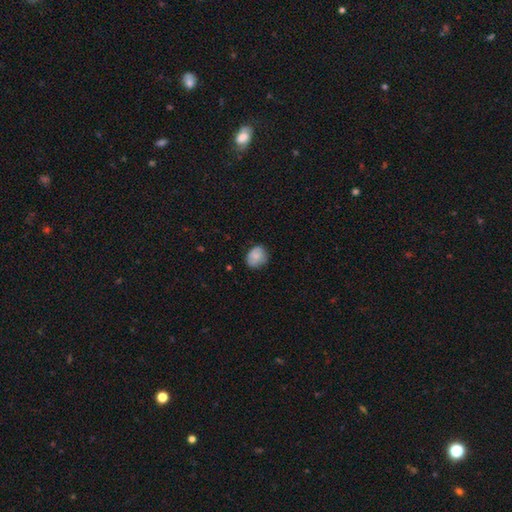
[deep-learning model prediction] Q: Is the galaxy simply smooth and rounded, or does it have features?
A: smooth — 79%.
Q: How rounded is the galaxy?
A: round — 58%.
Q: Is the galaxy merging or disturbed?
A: none — 69%.